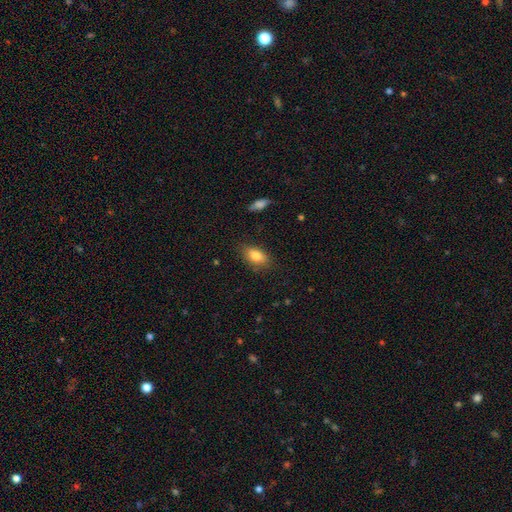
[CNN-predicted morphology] A smooth galaxy with no disk features (83%) that is in between round and cigar-shaped (88%). Merging: none (82%).